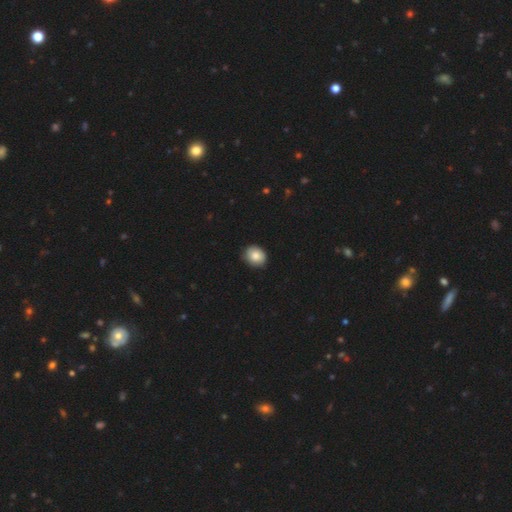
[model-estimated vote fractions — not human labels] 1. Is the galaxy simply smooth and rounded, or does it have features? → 84% smooth, 8% featured or disk, 8% star or artifact.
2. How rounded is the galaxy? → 64% round, 35% in between, 1% cigar-shaped.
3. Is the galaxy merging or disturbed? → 82% none, 15% minor disturbance, 2% major disturbance, 1% merger.